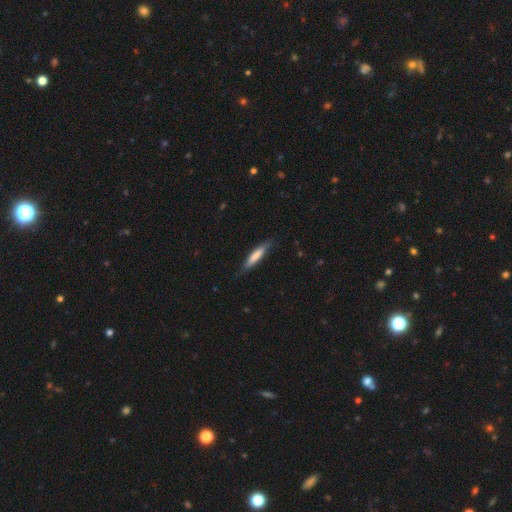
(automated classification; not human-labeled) smooth_or_featured: smooth (p=0.71) [alt: featured or disk p=0.23]
how_rounded: cigar-shaped (p=0.87) [alt: in between p=0.11]
merging: none (p=0.82) [alt: minor disturbance p=0.15]